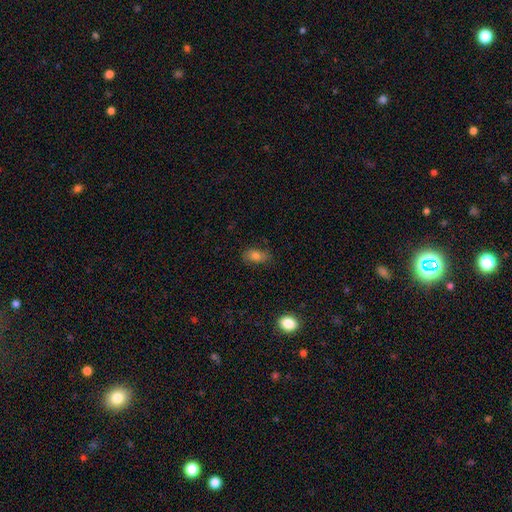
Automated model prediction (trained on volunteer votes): This is likely a smooth galaxy (79%). How rounded: clearly in between (85%). Merging: likely none (74%).